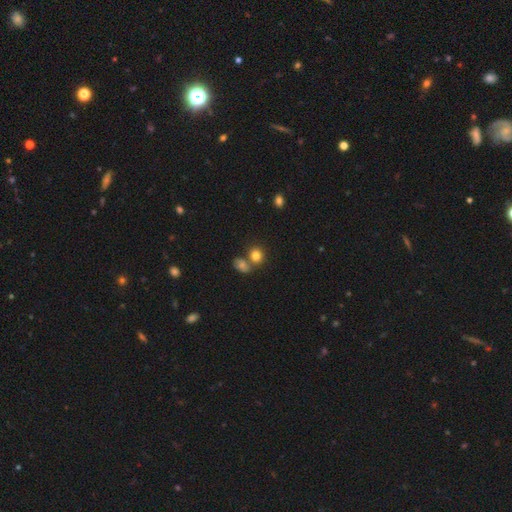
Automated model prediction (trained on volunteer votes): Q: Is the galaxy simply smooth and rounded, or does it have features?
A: smooth — 81%.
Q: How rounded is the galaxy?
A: round — 76%.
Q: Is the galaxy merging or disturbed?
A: none — 56%.